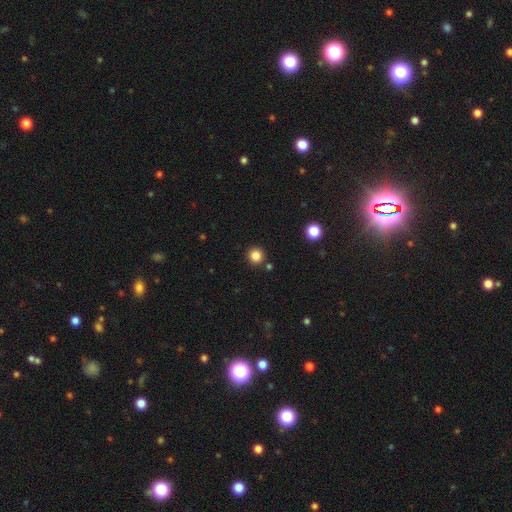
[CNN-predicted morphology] This appears to be a smooth galaxy with no disk features (85%) that is round (94%). Merging: none (88%).